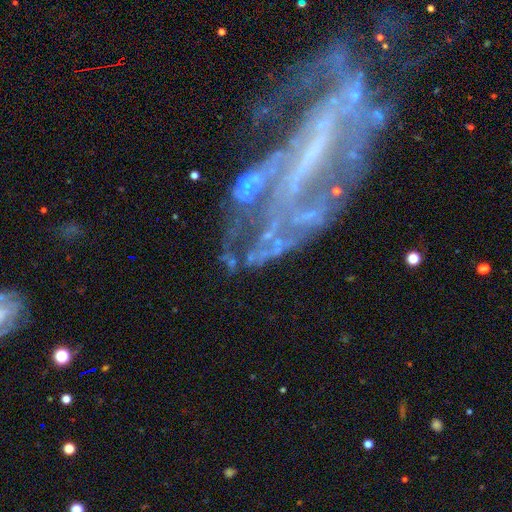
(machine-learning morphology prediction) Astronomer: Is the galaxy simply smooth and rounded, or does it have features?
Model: featured or disk — 58%.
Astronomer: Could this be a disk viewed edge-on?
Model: no — 94%.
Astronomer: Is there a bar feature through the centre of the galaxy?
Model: no — 73%.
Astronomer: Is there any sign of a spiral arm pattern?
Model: no — 59% (runner-up: yes, 41%).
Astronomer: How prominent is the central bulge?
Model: none — 45% (runner-up: small, 30%).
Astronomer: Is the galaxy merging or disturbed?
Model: none — 31% (runner-up: merger, 30%).